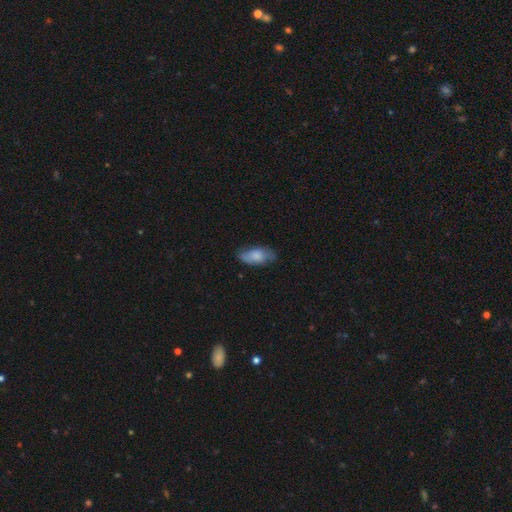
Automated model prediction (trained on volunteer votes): Smooth or featured?
  - smooth: 76% *
  - featured or disk: 18%
  - star or artifact: 6%
How rounded?
  - in between: 89% *
  - cigar-shaped: 8%
  - round: 3%
Merging?
  - none: 73% *
  - minor disturbance: 21%
  - major disturbance: 5%
  - merger: 1%